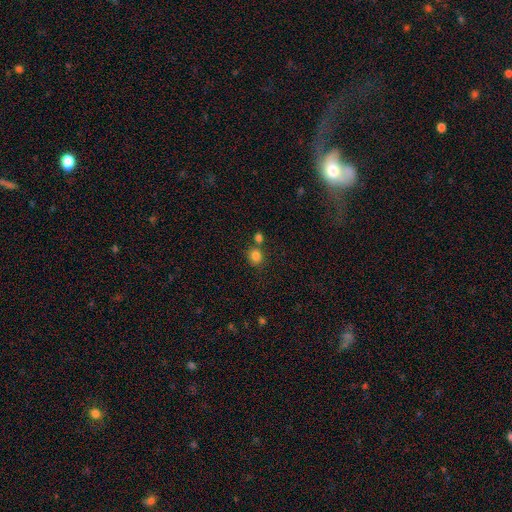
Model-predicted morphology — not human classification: Overall: smooth (83%). How rounded: round (72%). Merging: none (63%).